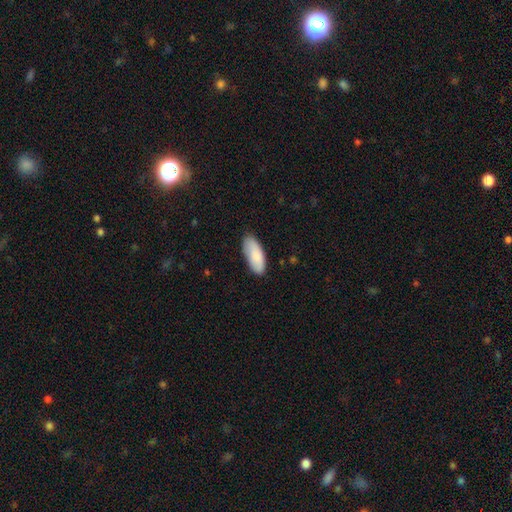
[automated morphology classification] type=smooth (86%); roundness=in between (84%); merging=none (79%).